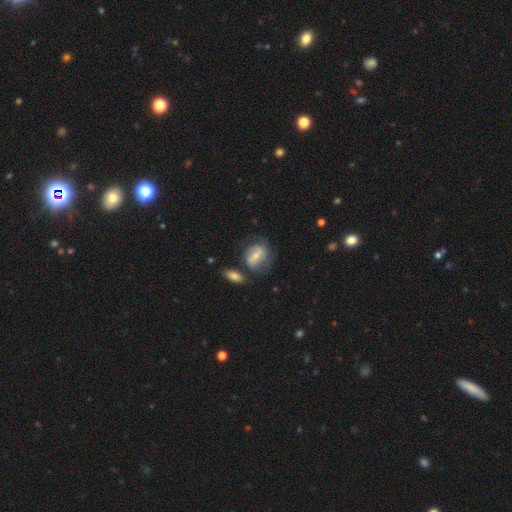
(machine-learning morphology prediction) smooth-or-featured: featured or disk: 56% | smooth: 36% | star or artifact: 8%
  disk-edge-on: no: 94% | yes: 6%
    bar: weak: 43% | strong: 31% | no: 26%
    has-spiral-arms: yes: 73% | no: 27%
    bulge-size: small: 55% | moderate: 34% | none: 7% | large: 3% | dominant: 1%
  merging: none: 51% | minor disturbance: 22% | major disturbance: 14% | merger: 13%